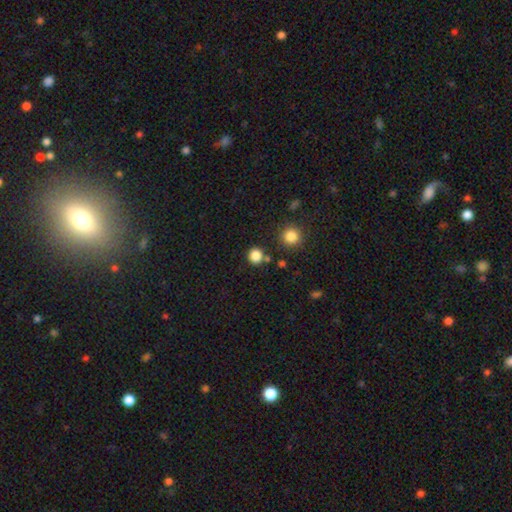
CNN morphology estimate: A smooth galaxy with no disk features (84%) that is round (90%). Merging: none (81%).